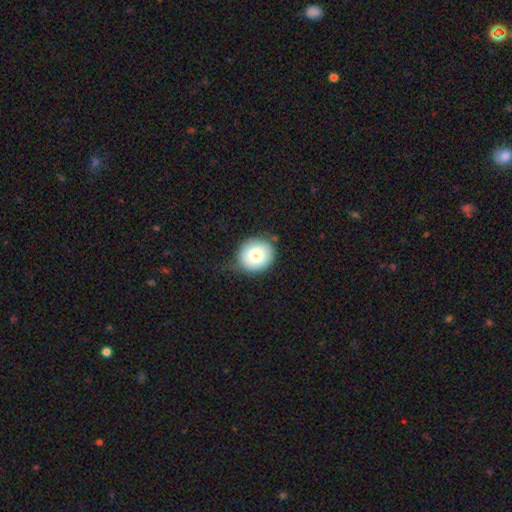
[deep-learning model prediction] smooth_or_featured: smooth (p=0.71) [alt: featured or disk p=0.21]
how_rounded: round (p=0.80) [alt: in between p=0.19]
merging: none (p=0.70) [alt: minor disturbance p=0.22]